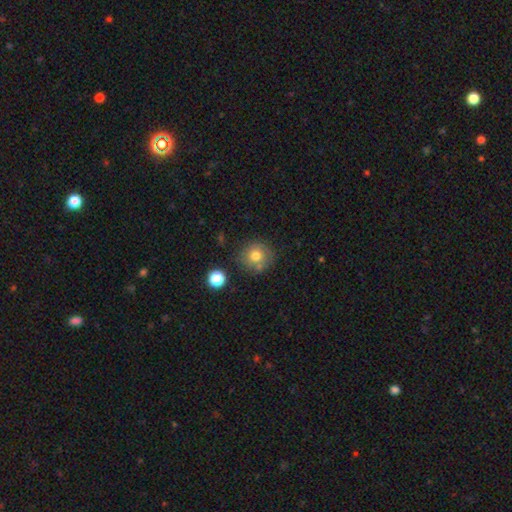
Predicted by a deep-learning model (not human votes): Smooth or featured? smooth (72%)
How rounded? round (88%)
Merging? none (70%)